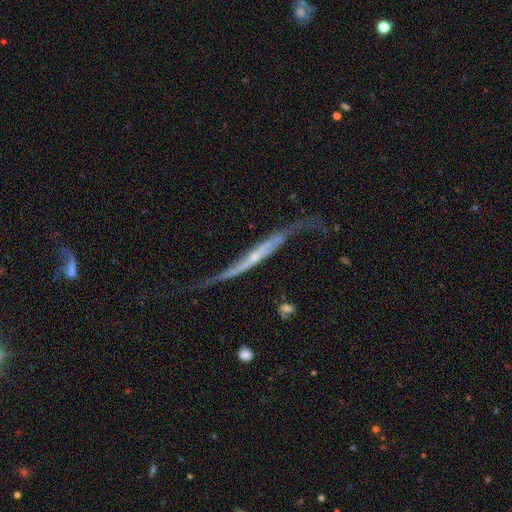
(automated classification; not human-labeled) Overall: featured or disk (82%). Edge-on disk: yes (60%; no 40%). Merging: none (47%; major disturbance 25%).